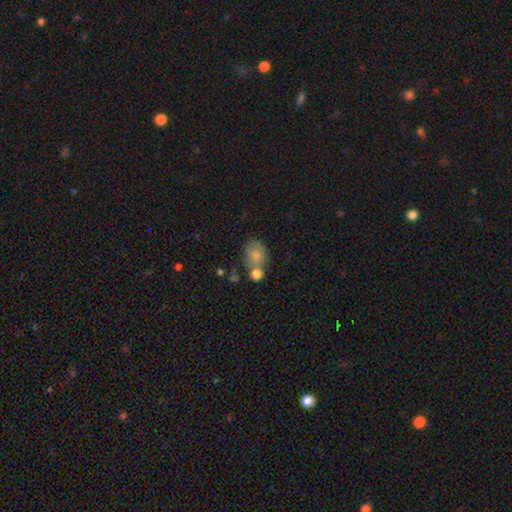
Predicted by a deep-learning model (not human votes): Overall: smooth (77%). How rounded: round (55%; in between 44%). Merging: none (48%; merger 24%).